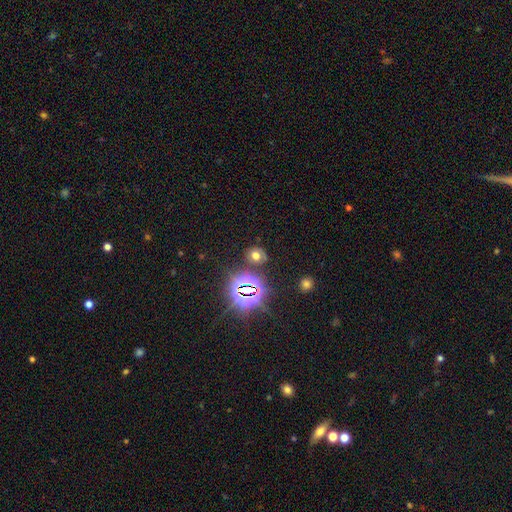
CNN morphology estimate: A smooth galaxy with no disk features (53%) that is round (65%). Merging: none (77%).